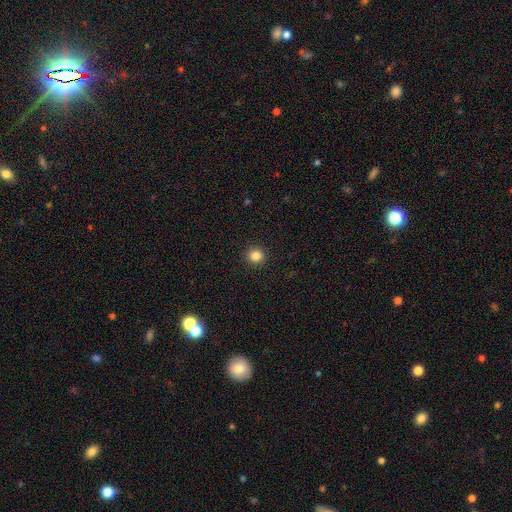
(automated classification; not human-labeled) This is clearly a smooth galaxy (84%). How rounded: clearly round (93%). Merging: clearly none (93%).